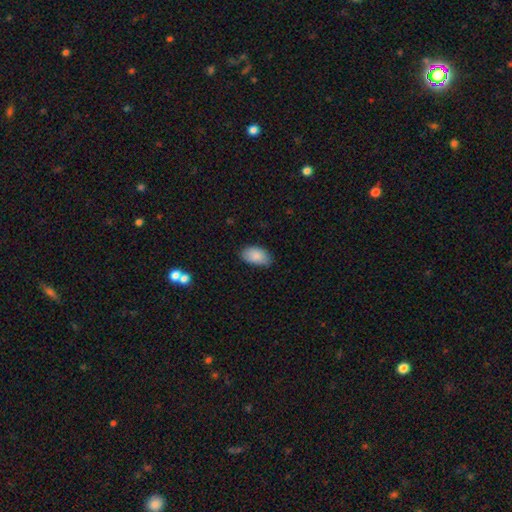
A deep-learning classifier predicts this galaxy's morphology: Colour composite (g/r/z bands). It shows a smooth galaxy with no disk features (87%) that is in between round and cigar-shaped (93%). Merging: none (74%).